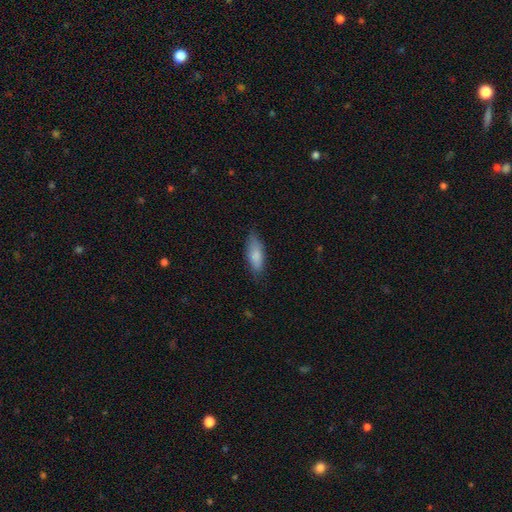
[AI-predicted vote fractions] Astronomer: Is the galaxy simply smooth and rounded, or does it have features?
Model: smooth — 82%.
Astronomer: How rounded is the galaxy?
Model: in between — 64%.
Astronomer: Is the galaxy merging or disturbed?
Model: none — 75%.